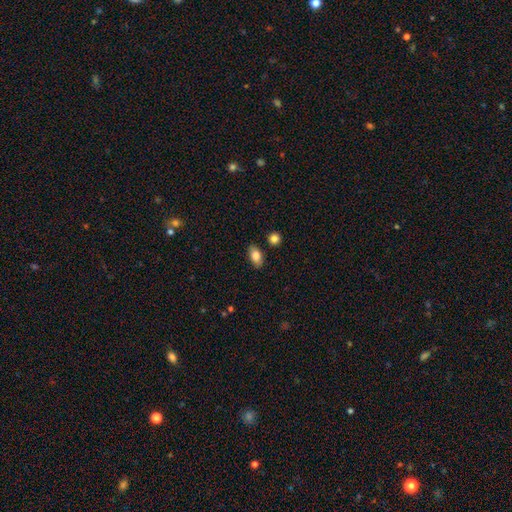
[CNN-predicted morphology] Overall: smooth (83%). How rounded: in between (89%). Merging: none (85%).